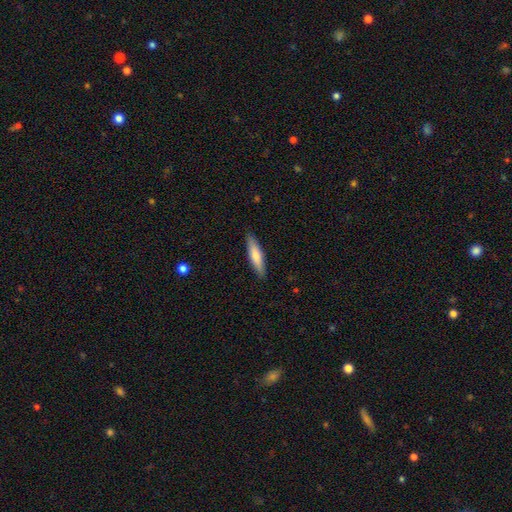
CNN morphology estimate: This is likely a smooth galaxy (72%). How rounded: likely cigar-shaped (78%). Merging: clearly none (89%).